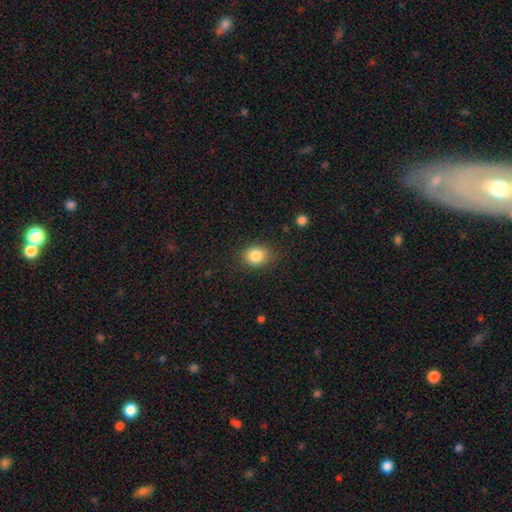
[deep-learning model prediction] Smooth or featured: smooth — 84% (star or artifact — 10%)
How rounded: round — 56% (in between — 43%)
Merging: none — 81% (minor disturbance — 14%)